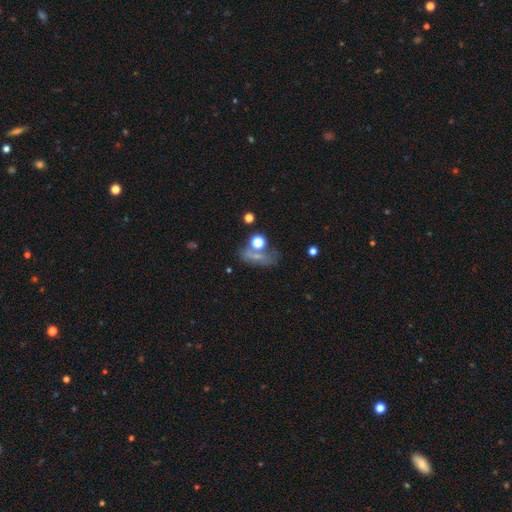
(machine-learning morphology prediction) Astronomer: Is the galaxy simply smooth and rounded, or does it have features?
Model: smooth — 49% (runner-up: star or artifact, 29%).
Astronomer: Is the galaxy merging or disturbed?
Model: none — 49%.